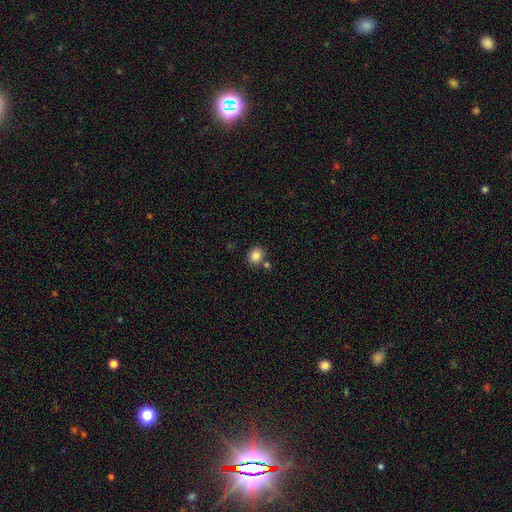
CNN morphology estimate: A smooth galaxy with no disk features (85%) that is round (72%).

Vote fractions:
- Smooth or featured? smooth: 85% / star or artifact: 10% / featured or disk: 5%
- How rounded? round: 72% / in between: 27% / cigar-shaped: 1%
- Merging? none: 75% / merger: 12% / minor disturbance: 10% / major disturbance: 3%